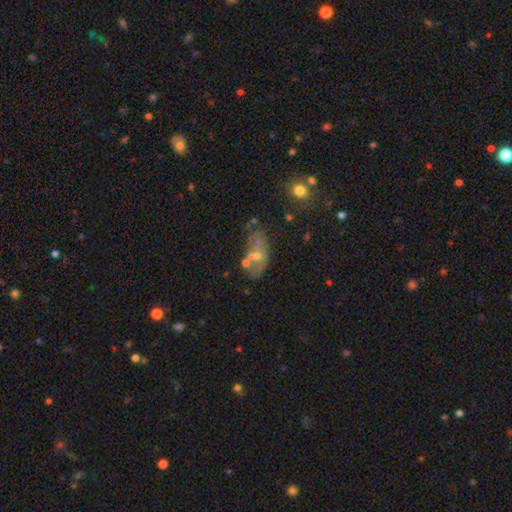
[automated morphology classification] Smooth or featured? featured or disk (46%)
Merging? none (41%)